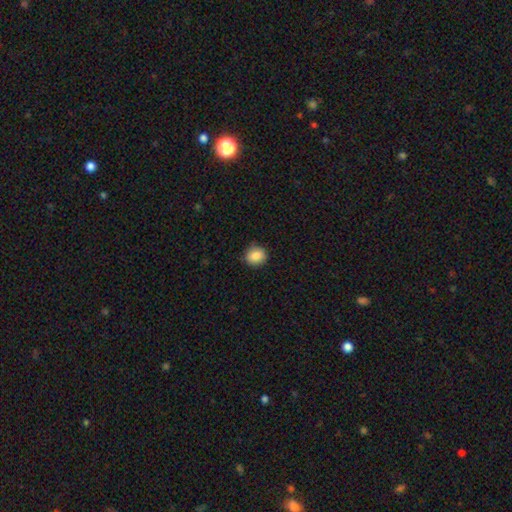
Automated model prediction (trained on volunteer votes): A smooth galaxy with no disk features (87%) that is round (78%).

Vote fractions:
- Smooth or featured? smooth: 87% / star or artifact: 9% / featured or disk: 4%
- How rounded? round: 78% / in between: 21% / cigar-shaped: 1%
- Merging? none: 85% / minor disturbance: 12% / major disturbance: 2% / merger: 1%